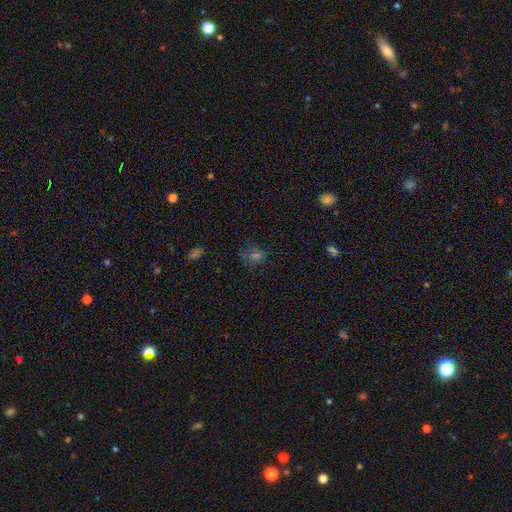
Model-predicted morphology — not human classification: Smooth or featured: smooth — 59% (star or artifact — 29%)
How rounded: in between — 50% (round — 48%)
Merging: none — 64% (minor disturbance — 21%)